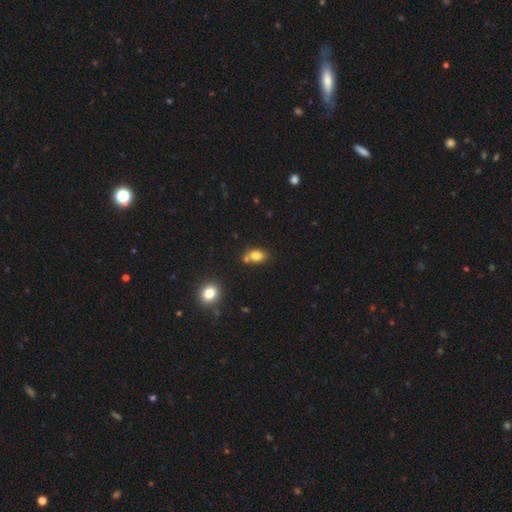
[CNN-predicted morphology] Smooth or featured? smooth (80%)
How rounded? in between (73%)
Merging? none (59%)